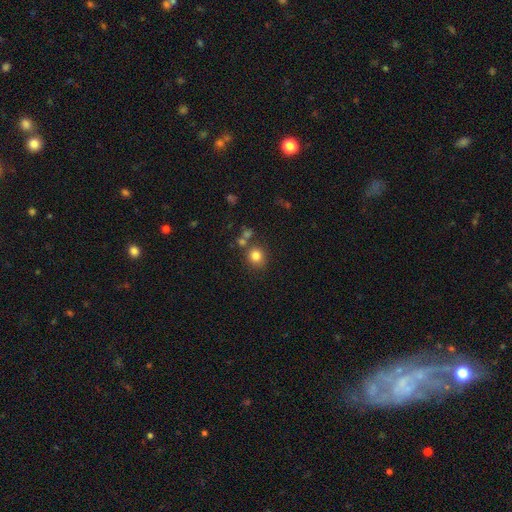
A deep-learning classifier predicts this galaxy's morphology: smooth_or_featured: smooth (p=0.81) [alt: star or artifact p=0.12]
how_rounded: round (p=0.85) [alt: in between p=0.14]
merging: none (p=0.74) [alt: merger p=0.13]